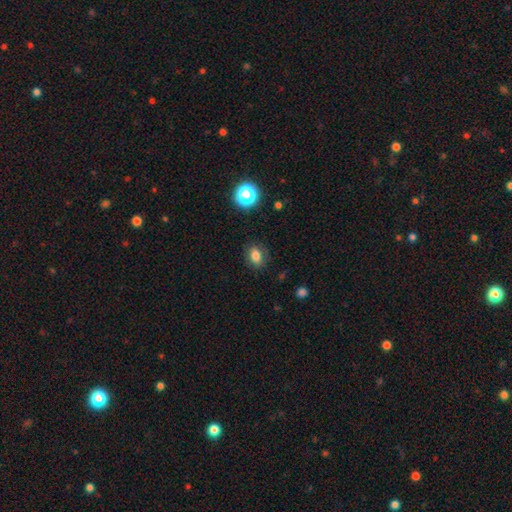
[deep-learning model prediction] Morphology: type=smooth (80%); roundness=in between (66%); merging=none (84%).